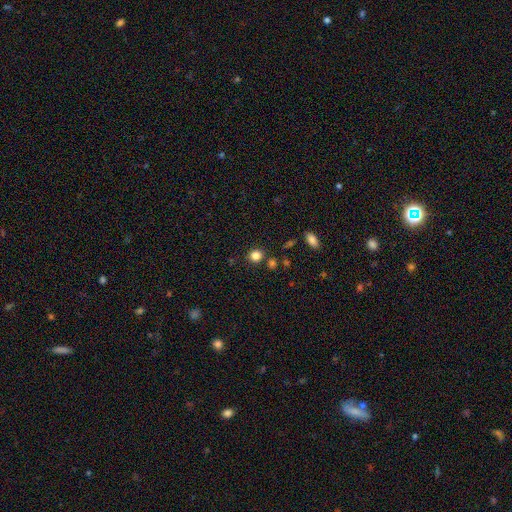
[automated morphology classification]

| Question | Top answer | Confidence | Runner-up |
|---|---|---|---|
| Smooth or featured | smooth | 84% | star or artifact (12%) |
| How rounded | round | 80% | in between (19%) |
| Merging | none | 82% | minor disturbance (8%) |